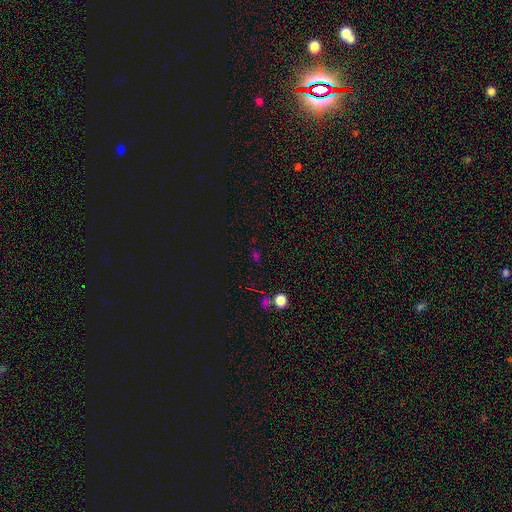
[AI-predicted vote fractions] A star or artifact, not a galaxy (50%).

Vote fractions:
- Smooth or featured? star or artifact: 50% / smooth: 42% / featured or disk: 8%